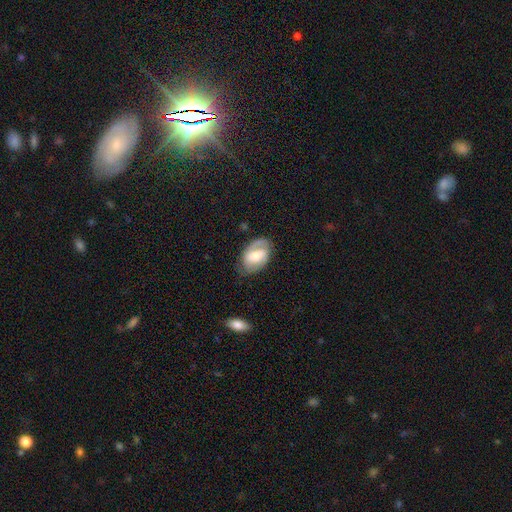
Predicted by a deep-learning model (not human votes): Smooth or featured: featured or disk — 63% (smooth — 31%)
Edge-on disk: no — 95% (yes — 5%)
Bar: weak — 45% (no — 27%)
Spiral arms: yes — 82% (no — 18%)
Bulge size: moderate — 54% (small — 28%)
Merging: none — 69% (minor disturbance — 22%)